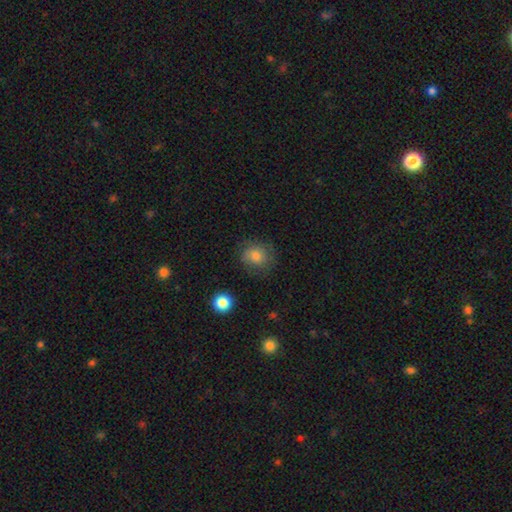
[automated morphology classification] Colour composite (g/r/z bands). It shows a smooth galaxy with no disk features (73%) that is round (77%). Merging: none (72%).